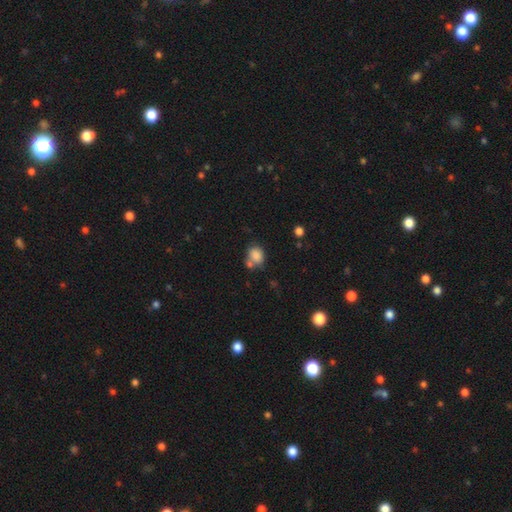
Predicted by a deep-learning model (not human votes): Smooth or featured? smooth (84%)
How rounded? in between (54%)
Merging? none (50%)